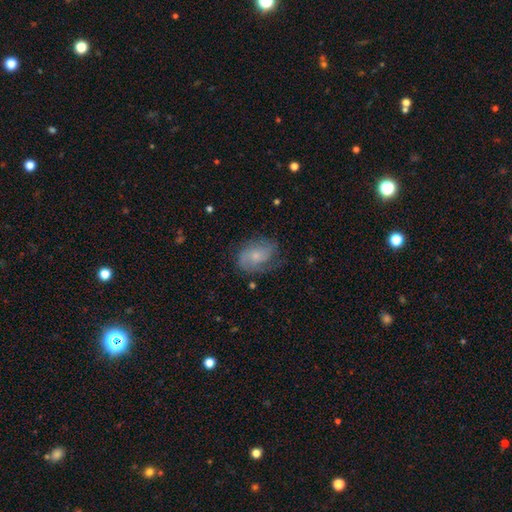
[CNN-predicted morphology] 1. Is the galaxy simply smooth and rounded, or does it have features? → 56% featured or disk, 37% smooth, 8% star or artifact.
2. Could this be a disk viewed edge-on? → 97% no, 3% yes.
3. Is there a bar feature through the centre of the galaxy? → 73% no, 23% weak, 4% strong.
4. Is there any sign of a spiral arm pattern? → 85% yes, 15% no.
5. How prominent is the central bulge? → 63% small, 27% moderate, 7% none, 2% large, 1% dominant.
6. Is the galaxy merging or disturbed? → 60% none, 25% minor disturbance, 13% major disturbance, 2% merger.